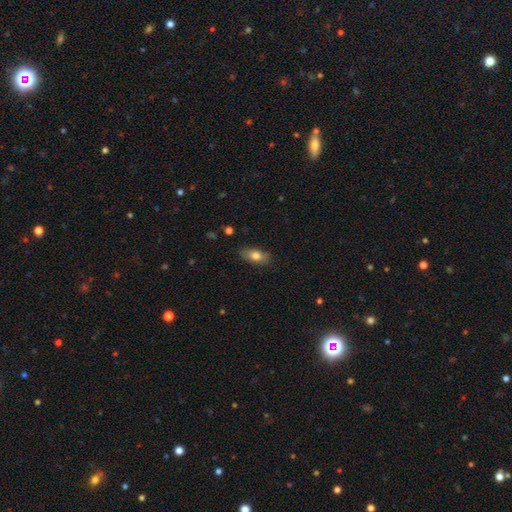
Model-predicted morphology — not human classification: The model was most divided on "smooth or featured": smooth: 77%, featured or disk: 16%, star or artifact: 7%. More confident: how rounded — in between (85%); merging — none (83%).